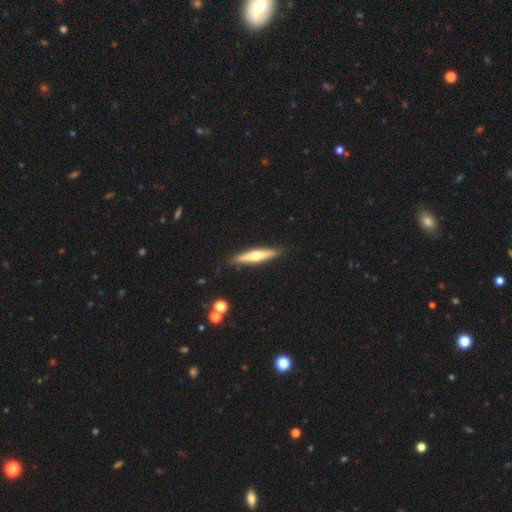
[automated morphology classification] Overall: featured or disk (56%; smooth 39%). Edge-on disk: yes (95%). Edge-on bulge: rounded (90%). Merging: none (89%).